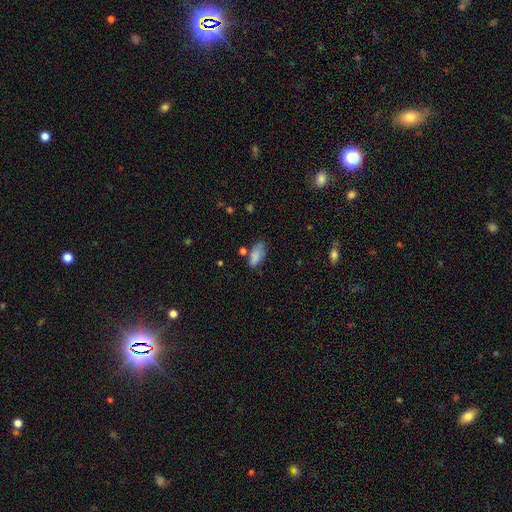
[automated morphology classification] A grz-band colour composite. It shows a smooth galaxy with no disk features (83%) that is in between round and cigar-shaped (88%). Merging: none (60%).